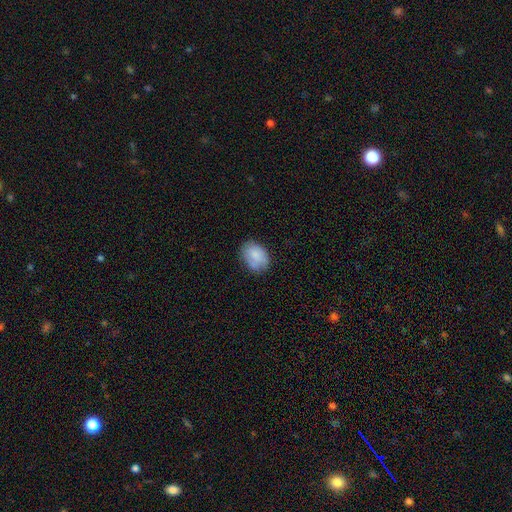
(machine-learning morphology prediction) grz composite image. It shows a smooth galaxy with no disk features (81%) that is in between round and cigar-shaped (76%). Merging: none (69%).